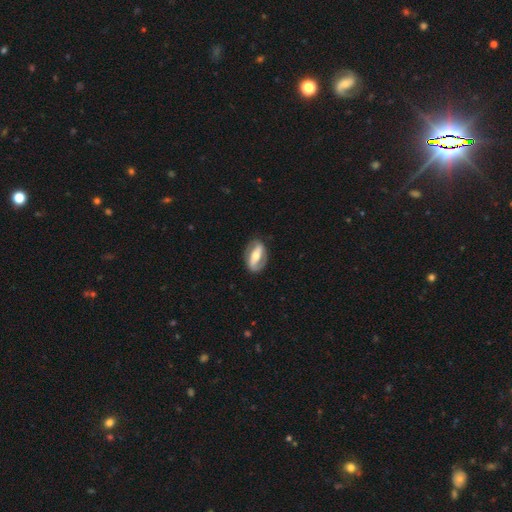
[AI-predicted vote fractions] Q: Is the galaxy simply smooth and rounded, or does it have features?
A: featured or disk — 72%.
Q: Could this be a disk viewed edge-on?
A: no — 89%.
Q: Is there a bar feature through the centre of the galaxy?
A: strong — 62%.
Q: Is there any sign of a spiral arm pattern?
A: yes — 66%.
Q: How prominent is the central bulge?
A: moderate — 67%.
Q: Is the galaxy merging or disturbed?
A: none — 82%.